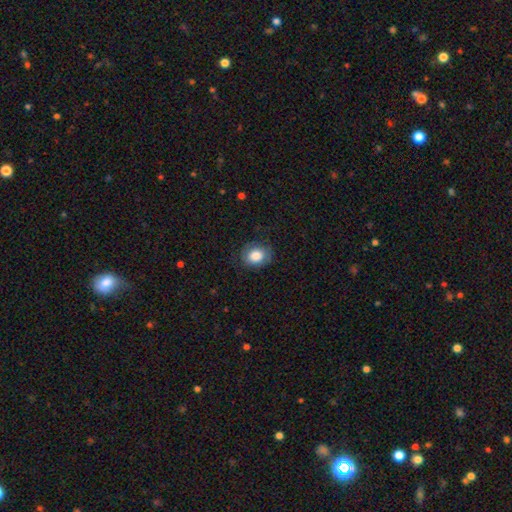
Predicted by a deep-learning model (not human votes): This is clearly a smooth galaxy (82%). How rounded: possibly round (55%). Merging: likely none (77%).